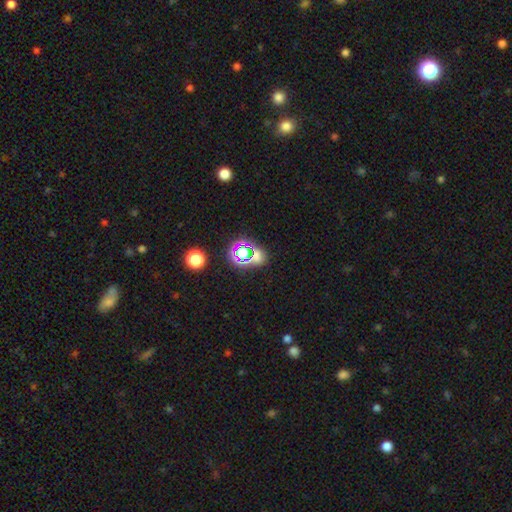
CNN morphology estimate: The model was most divided on "smooth or featured": star or artifact: 56%, smooth: 33%, featured or disk: 11%.